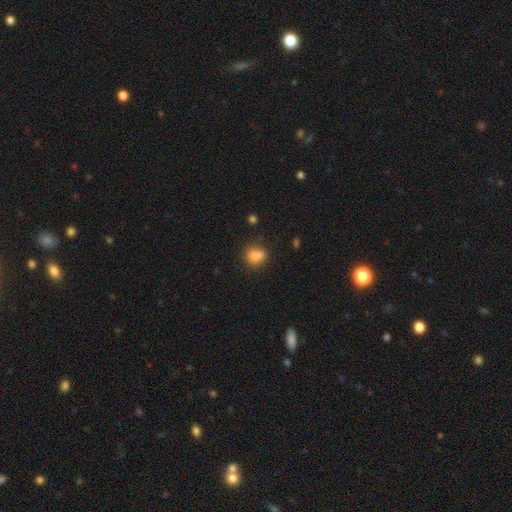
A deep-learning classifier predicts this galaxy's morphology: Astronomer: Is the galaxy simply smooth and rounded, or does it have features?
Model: smooth — 82%.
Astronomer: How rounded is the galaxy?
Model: round — 58% (runner-up: in between, 41%).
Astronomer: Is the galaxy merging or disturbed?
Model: none — 63%.